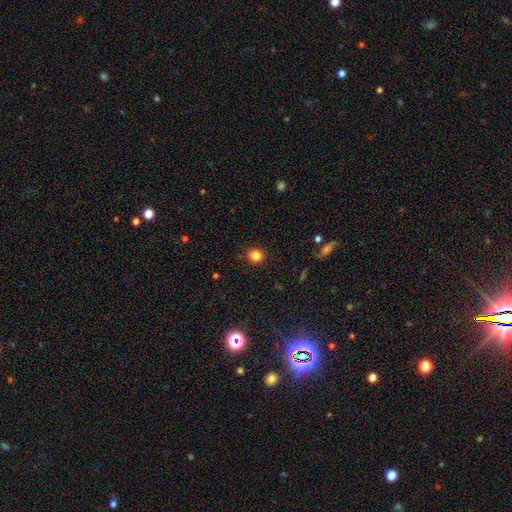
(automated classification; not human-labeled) The model was most divided on "how rounded": round: 76%, in between: 23%, cigar-shaped: 1%. More confident: merging — none (90%); smooth or featured — smooth (83%).